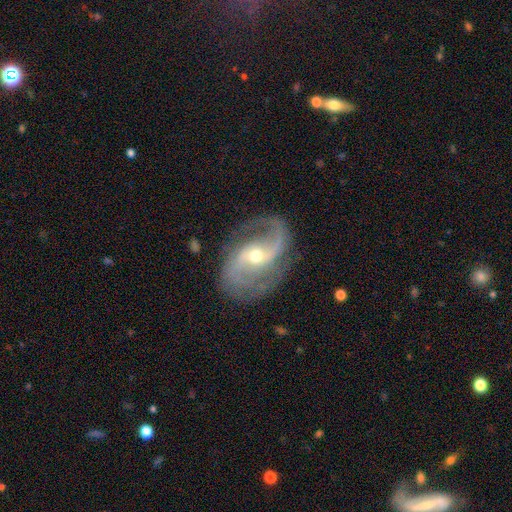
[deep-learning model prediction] The model was most divided on "bar": no: 39%, weak: 38%, strong: 22%. Remaining: spiral arms — yes (97%); edge-on disk — no (97%); spiral arm count — 2 (91%); smooth or featured — featured or disk (90%); merging — none (78%); bulge size — moderate (51%); spiral winding — medium (47%).